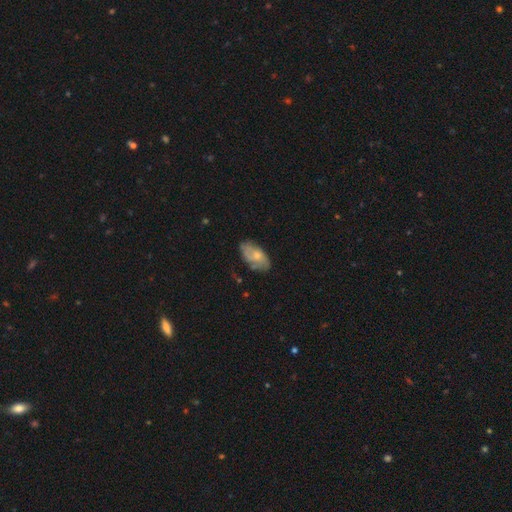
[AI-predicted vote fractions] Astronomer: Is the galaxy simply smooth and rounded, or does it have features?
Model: featured or disk — 47%, tied with smooth at 47%.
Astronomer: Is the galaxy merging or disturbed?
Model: none — 62%.